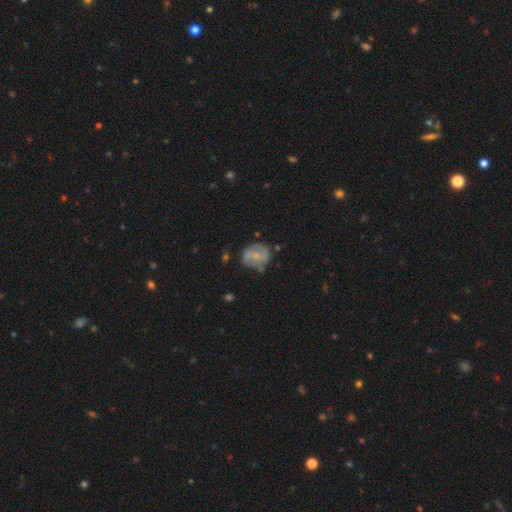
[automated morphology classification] smooth_or_featured: featured or disk (p=0.57) [alt: smooth p=0.36]
disk_edge_on: no (p=0.97) [alt: yes p=0.03]
bar: weak (p=0.46) [alt: no p=0.38]
has_spiral_arms: yes (p=0.76) [alt: no p=0.24]
bulge_size: small (p=0.57) [alt: moderate p=0.24]
merging: none (p=0.65) [alt: minor disturbance p=0.23]